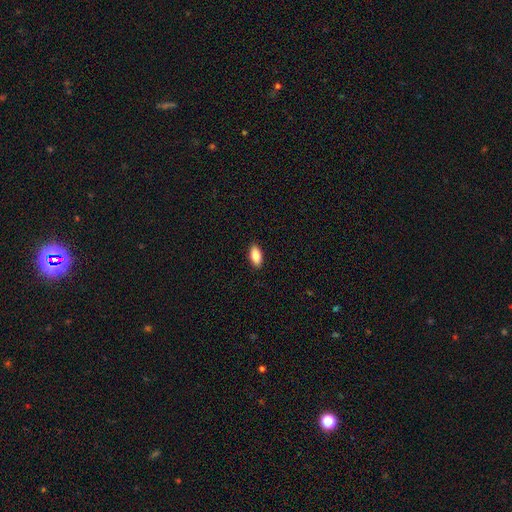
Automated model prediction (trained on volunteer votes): Smooth or featured? Predicted: smooth (p=0.86). How rounded? Predicted: in between (p=0.89). Merging? Predicted: none (p=0.90).